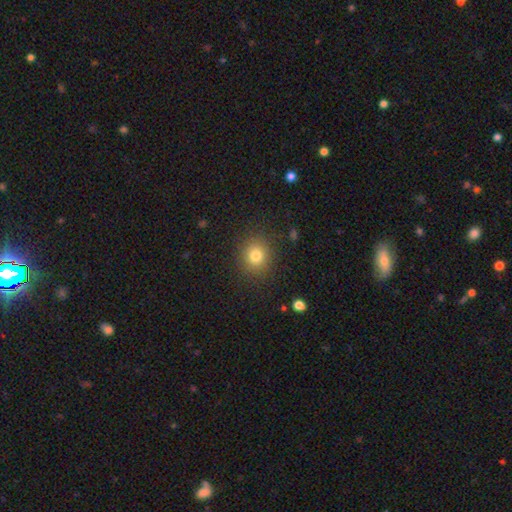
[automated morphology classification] Smooth or featured: smooth — 79% (star or artifact — 13%)
How rounded: round — 83% (in between — 16%)
Merging: none — 88% (minor disturbance — 8%)